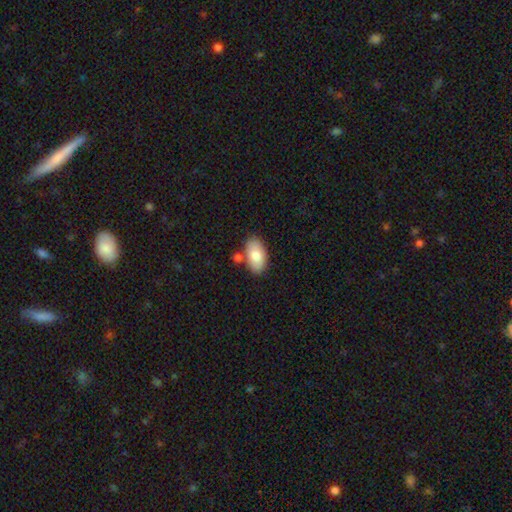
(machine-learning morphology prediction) Smooth or featured? smooth (79%)
How rounded? in between (94%)
Merging? none (76%)